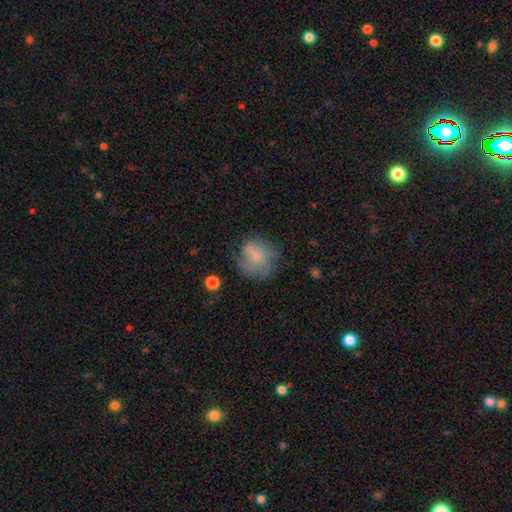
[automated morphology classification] Overall: smooth (53%; featured or disk 37%). How rounded: round (77%). Merging: none (55%; minor disturbance 25%).